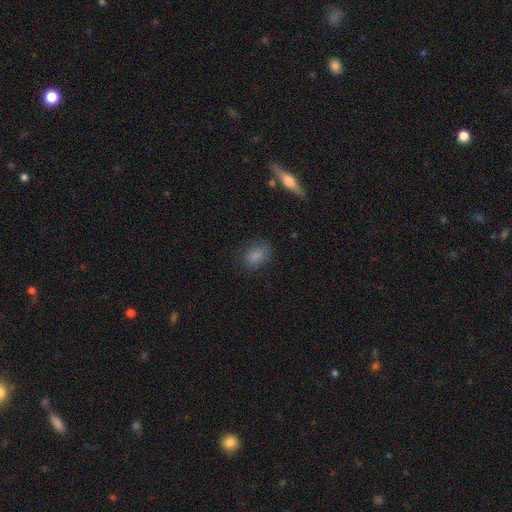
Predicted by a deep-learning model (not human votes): smooth 83%, star or artifact 10%, featured or disk 7%. Down the decision tree: how rounded — in between (65%); merging — none (73%).